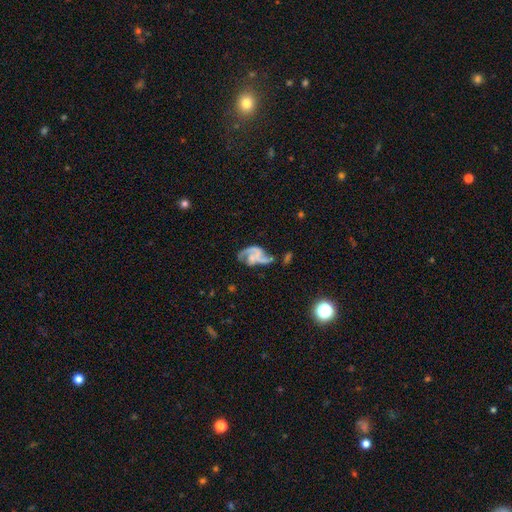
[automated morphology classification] Overall: featured or disk (80%). Edge-on disk: no (98%). Bar: no (64%; weak 28%). Spiral arms: yes (88%). Spiral arm count: 2 (70%). Spiral winding: loose (53%; medium 36%). Bulge size: none (45%; small 36%). Merging: none (33%; major disturbance 32%).